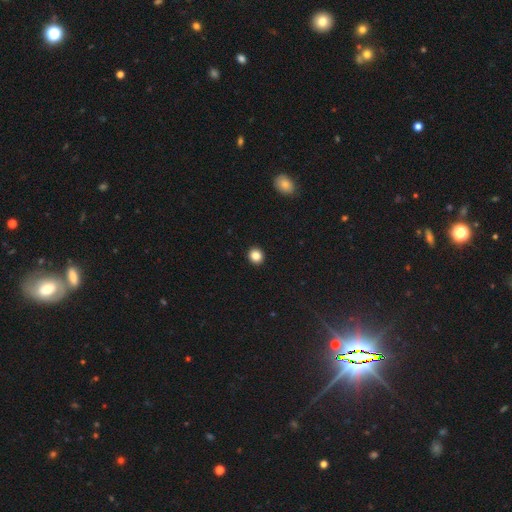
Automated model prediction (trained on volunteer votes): smooth_or_featured: smooth (p=0.85) [alt: star or artifact p=0.11]
how_rounded: round (p=0.83) [alt: in between p=0.16]
merging: none (p=0.93) [alt: minor disturbance p=0.04]